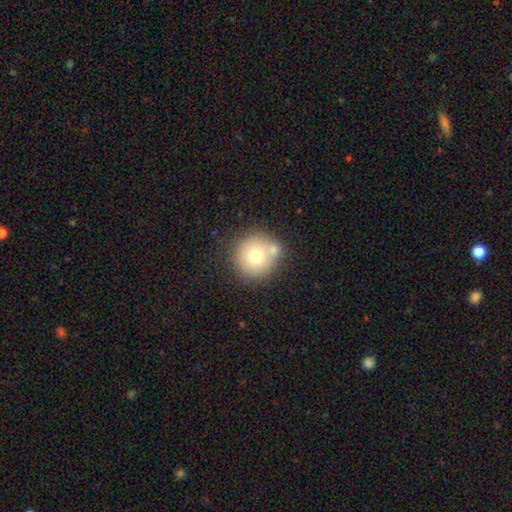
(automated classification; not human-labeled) The model was most divided on "merging": none: 62%, merger: 23%, minor disturbance: 11%, major disturbance: 4%. More confident: how rounded — round (94%); smooth or featured — smooth (70%).